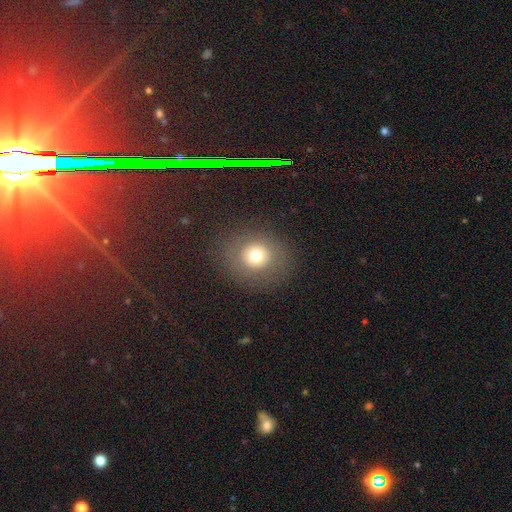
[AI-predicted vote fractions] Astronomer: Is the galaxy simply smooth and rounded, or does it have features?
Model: smooth — 69%.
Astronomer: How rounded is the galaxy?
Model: round — 83%.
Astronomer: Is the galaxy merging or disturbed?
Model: none — 85%.